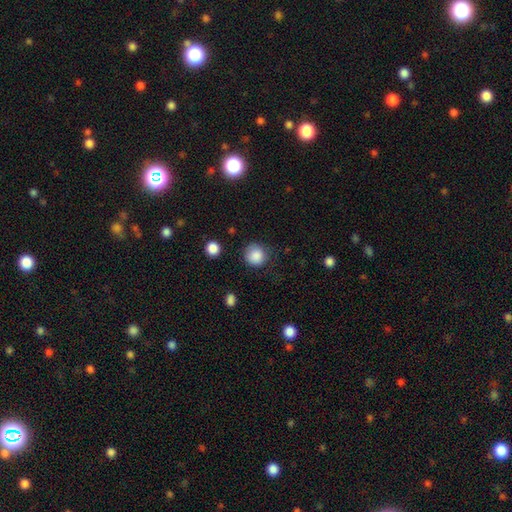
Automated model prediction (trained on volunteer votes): This appears to be a smooth galaxy with no disk features (86%) that is round (91%). Merging: none (77%).